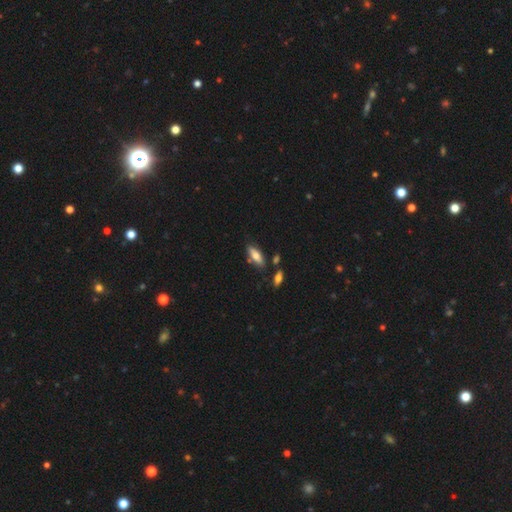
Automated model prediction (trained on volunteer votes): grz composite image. It shows a smooth galaxy with no disk features (69%) that is in between round and cigar-shaped (68%). Merging: none (74%).